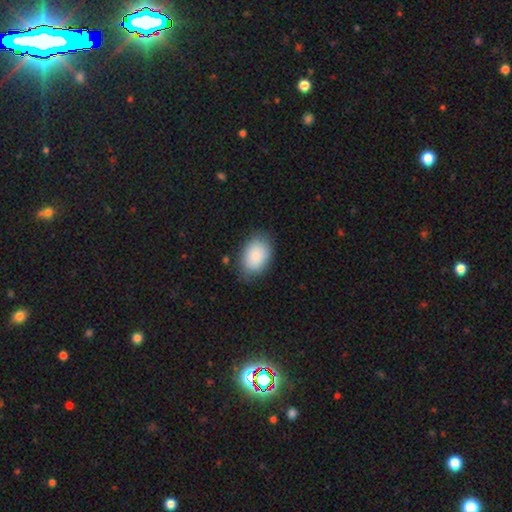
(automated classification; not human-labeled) Morphology: type=smooth (88%); roundness=in between (82%); merging=none (78%).